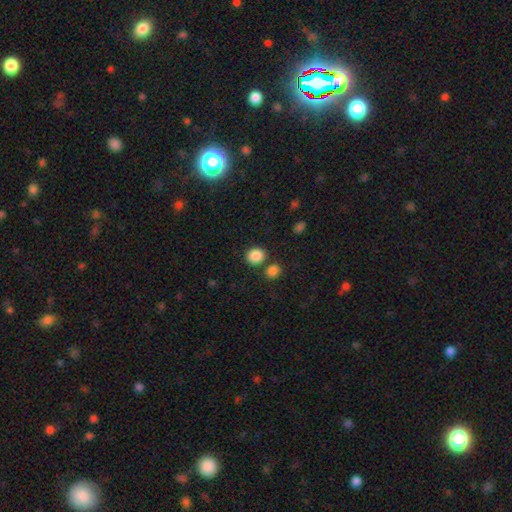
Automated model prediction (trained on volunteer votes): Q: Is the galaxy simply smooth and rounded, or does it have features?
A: smooth — 86%.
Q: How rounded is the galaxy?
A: round — 80%.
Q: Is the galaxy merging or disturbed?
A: none — 76%.